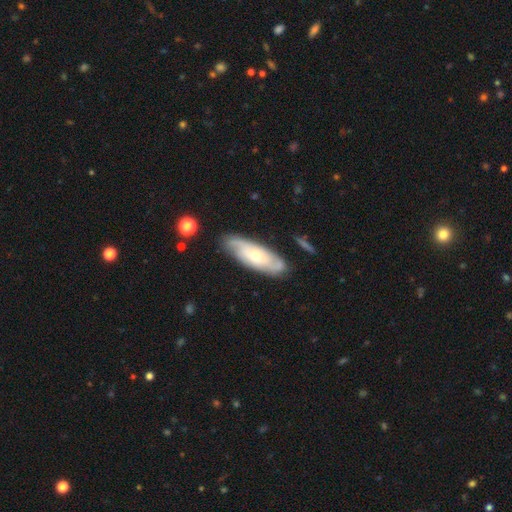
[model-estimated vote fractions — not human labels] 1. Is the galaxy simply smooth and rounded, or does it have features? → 61% featured or disk, 33% smooth, 6% star or artifact.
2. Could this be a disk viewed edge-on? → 81% no, 19% yes.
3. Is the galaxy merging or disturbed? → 75% none, 18% minor disturbance, 4% major disturbance, 3% merger.